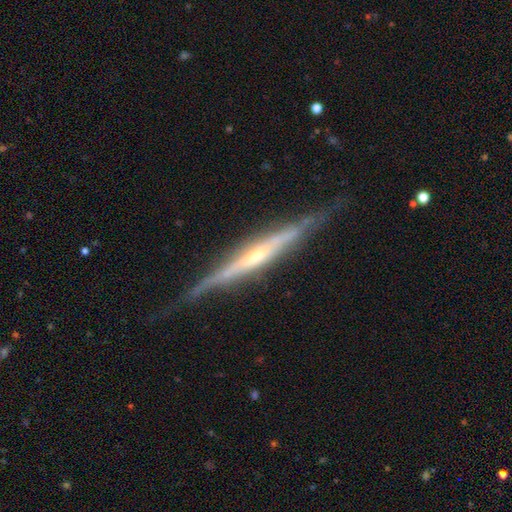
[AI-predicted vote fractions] The model was most divided on "edge-on bulge": rounded: 61%, none: 29%, boxy: 10%. More confident: edge-on disk — yes (95%); smooth or featured — featured or disk (83%); merging — none (77%).